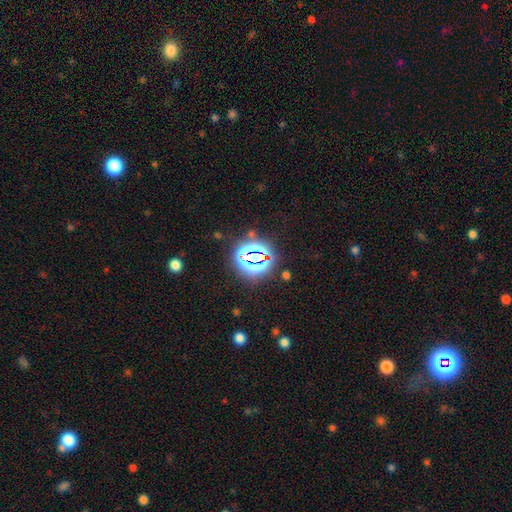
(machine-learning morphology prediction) smooth_or_featured: star or artifact (p=0.75) [alt: smooth p=0.17]